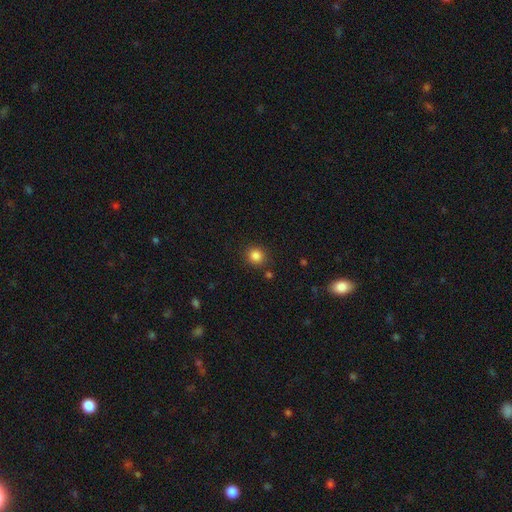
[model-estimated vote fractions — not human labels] This appears to be a smooth galaxy with no disk features (84%) that is round (88%). Merging: none (86%).